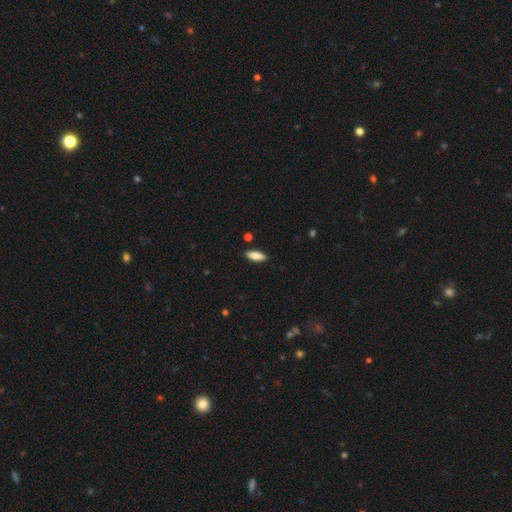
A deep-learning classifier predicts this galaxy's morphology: This is clearly a smooth galaxy (85%). How rounded: likely in between (64%). Merging: clearly none (87%).